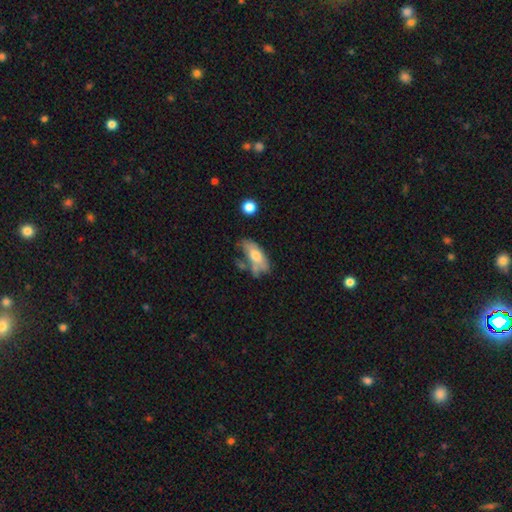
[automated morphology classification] Overall: smooth (59%; featured or disk 34%). How rounded: in between (80%). Merging: none (37%; minor disturbance 27%).